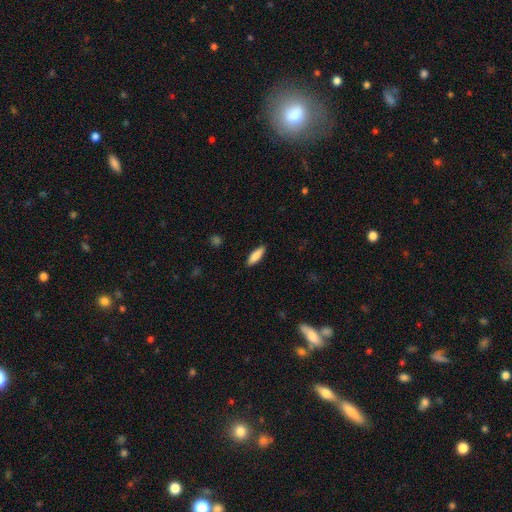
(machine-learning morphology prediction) This appears to be a smooth galaxy with no disk features (86%) that is cigar-shaped (53%). Merging: none (88%).